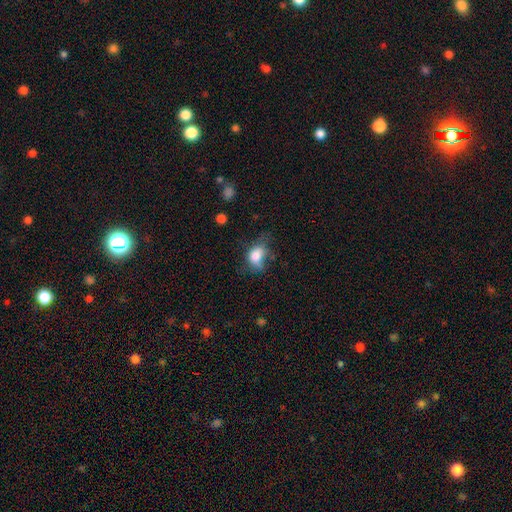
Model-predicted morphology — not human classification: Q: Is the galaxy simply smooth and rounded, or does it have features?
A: smooth — 76%.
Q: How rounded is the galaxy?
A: in between — 69%.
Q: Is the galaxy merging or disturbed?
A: none — 35%.